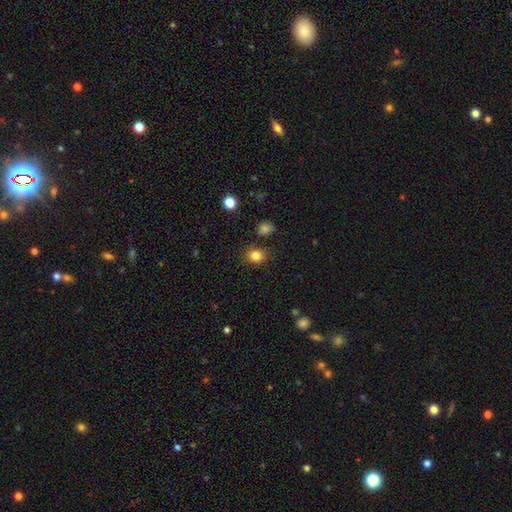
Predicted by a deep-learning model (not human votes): Smooth or featured? smooth (83%)
How rounded? round (69%)
Merging? none (84%)